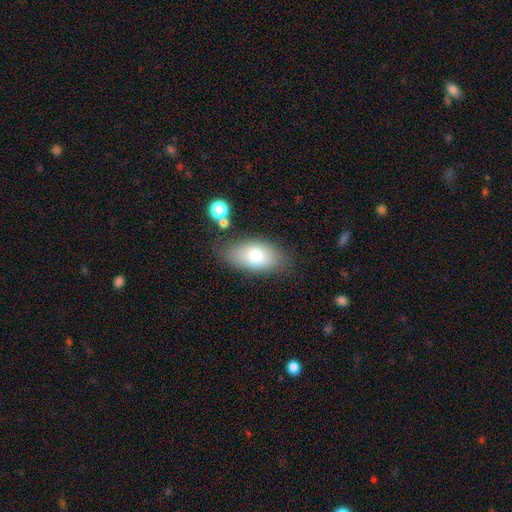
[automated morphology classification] smooth_or_featured: smooth (p=0.76) [alt: featured or disk p=0.16]
how_rounded: in between (p=0.92) [alt: round p=0.05]
merging: none (p=0.76) [alt: minor disturbance p=0.15]